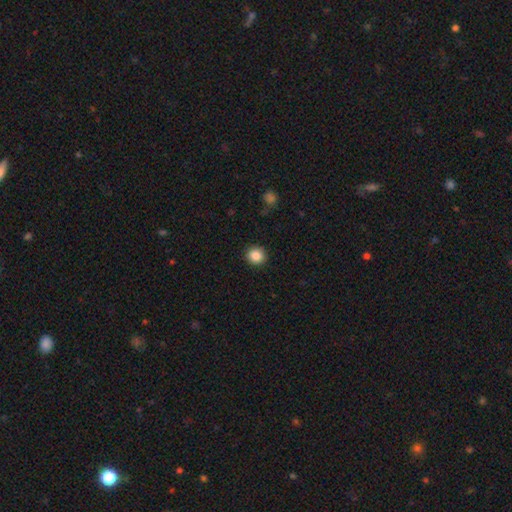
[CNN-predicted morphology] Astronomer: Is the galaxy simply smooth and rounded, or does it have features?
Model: smooth — 87%.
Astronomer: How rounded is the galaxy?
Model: round — 89%.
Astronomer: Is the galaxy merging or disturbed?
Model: none — 91%.